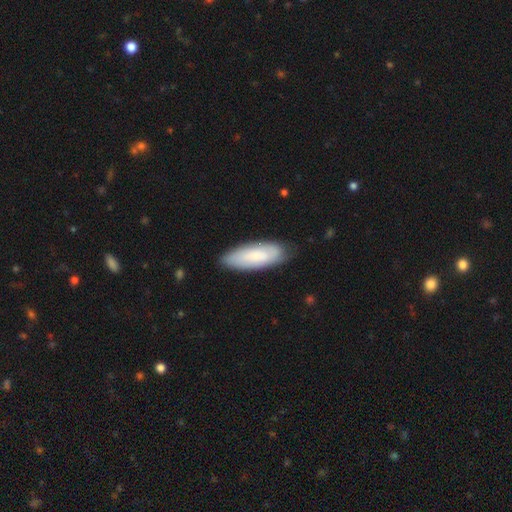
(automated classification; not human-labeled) A smooth galaxy with no disk features (71%) that is in between round and cigar-shaped (67%).

Vote fractions:
- Smooth or featured? smooth: 71% / featured or disk: 23% / star or artifact: 6%
- How rounded? in between: 67% / cigar-shaped: 31% / round: 2%
- Merging? none: 79% / minor disturbance: 16% / major disturbance: 3% / merger: 1%